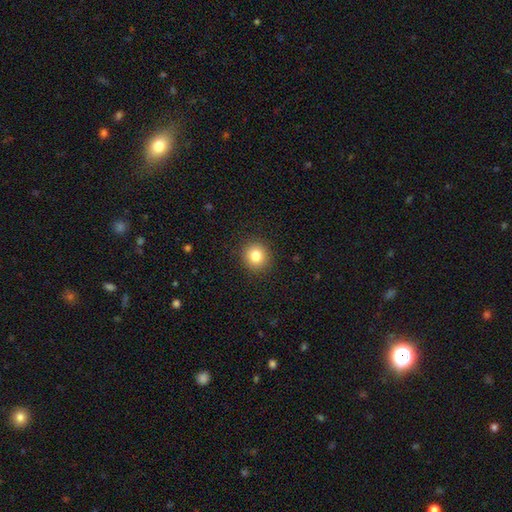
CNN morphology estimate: Smooth or featured? Predicted: smooth (p=0.81). How rounded? Predicted: round (p=0.90). Merging? Predicted: none (p=0.91).